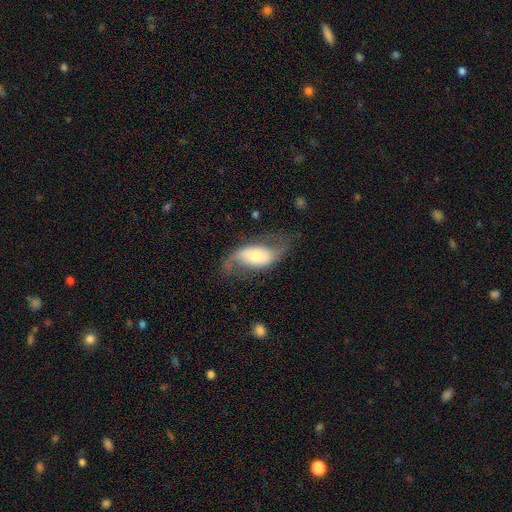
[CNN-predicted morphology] A featured or disk galaxy (70%) with no bar (49%), 2 (89%) loose (72%) spiral arms (89%) and a moderate central bulge (41%). Merging: none (59%).